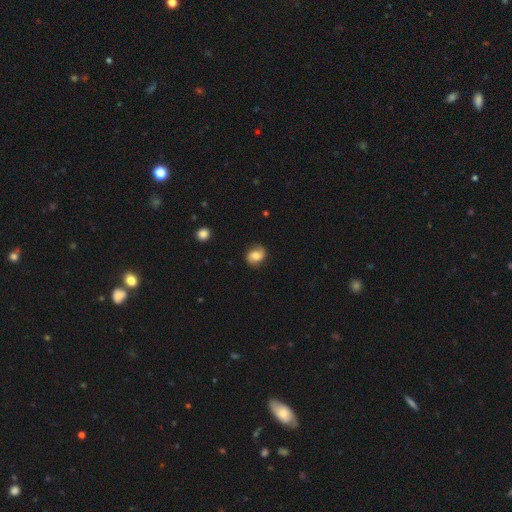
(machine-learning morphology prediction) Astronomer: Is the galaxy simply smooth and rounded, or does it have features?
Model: smooth — 52% (runner-up: featured or disk, 38%).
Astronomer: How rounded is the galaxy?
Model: round — 58% (runner-up: in between, 41%).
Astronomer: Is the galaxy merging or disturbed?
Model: none — 78%.